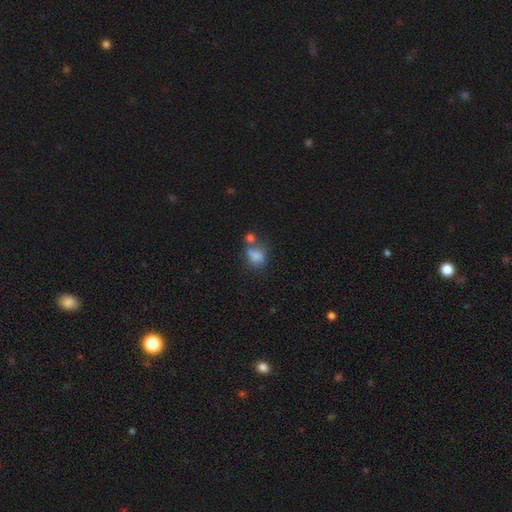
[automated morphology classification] type=smooth (72%); roundness=in between (54%); merging=merger (35%).